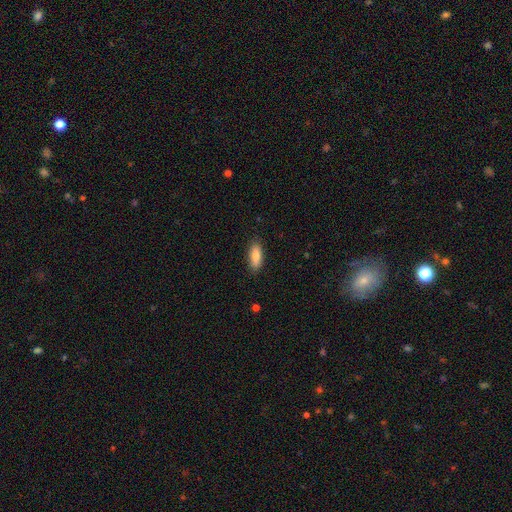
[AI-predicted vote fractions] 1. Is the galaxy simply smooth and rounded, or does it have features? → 82% smooth, 12% featured or disk, 6% star or artifact.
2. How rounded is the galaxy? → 72% in between, 26% cigar-shaped, 2% round.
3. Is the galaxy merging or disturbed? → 86% none, 11% minor disturbance, 2% major disturbance, 1% merger.